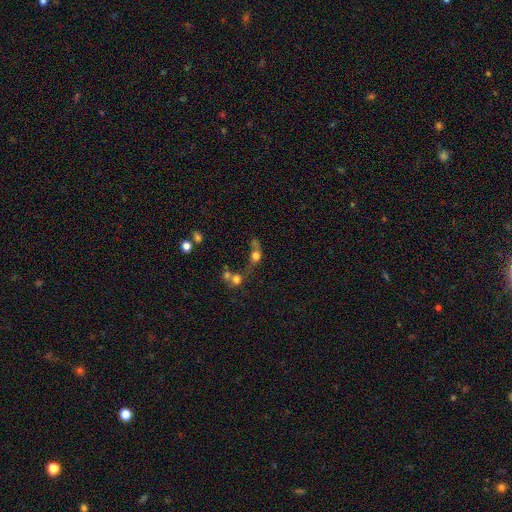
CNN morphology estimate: The model was most divided on "how rounded": round: 57%, in between: 38%, cigar-shaped: 5%. Remaining: smooth or featured — smooth (64%); merging — merger (45%).